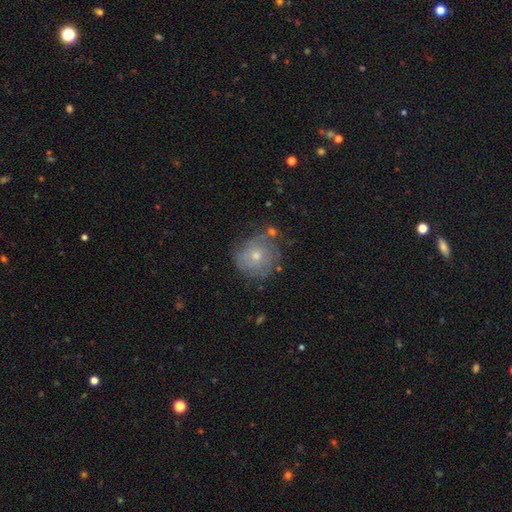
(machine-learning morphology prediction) Smooth or featured: featured or disk — 50% (smooth — 37%)
Merging: none — 65% (minor disturbance — 21%)